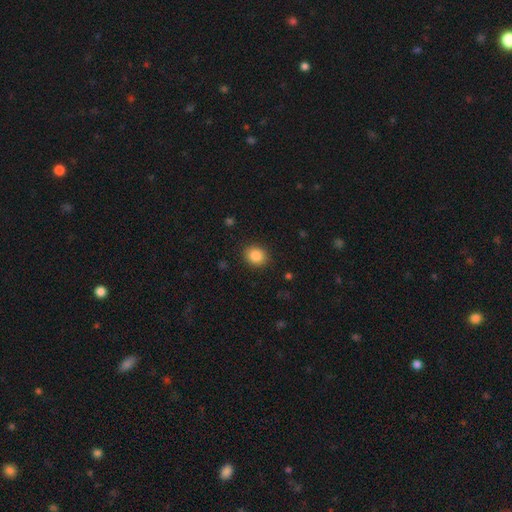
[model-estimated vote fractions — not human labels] Smooth or featured? Predicted: smooth (p=0.86). How rounded? Predicted: round (p=0.66). Merging? Predicted: none (p=0.90).